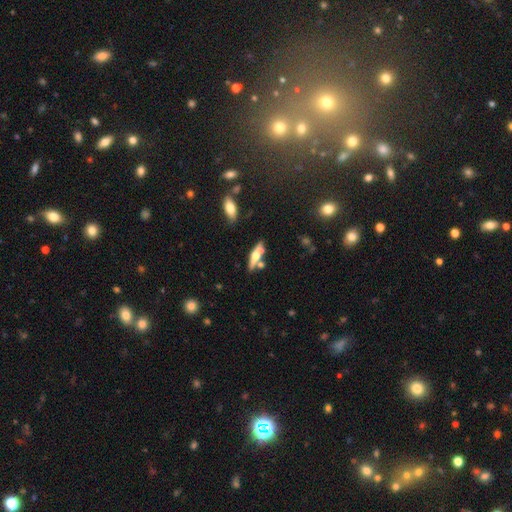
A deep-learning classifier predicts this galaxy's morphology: This appears to be a featured or disk galaxy (54%) viewed edge-on (91%). Merging: none (65%).